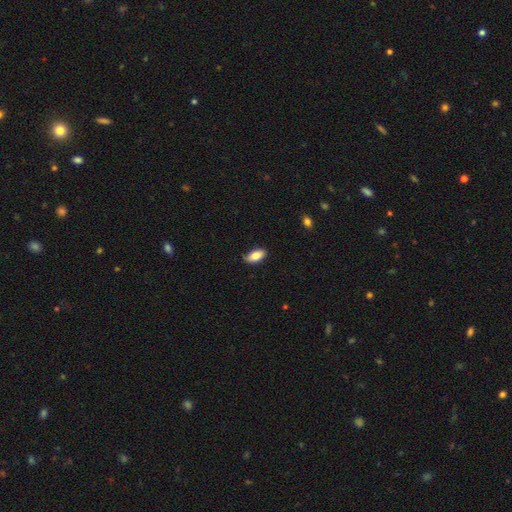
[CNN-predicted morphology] A smooth galaxy with no disk features (81%) that is in between round and cigar-shaped (91%). Merging: none (80%).